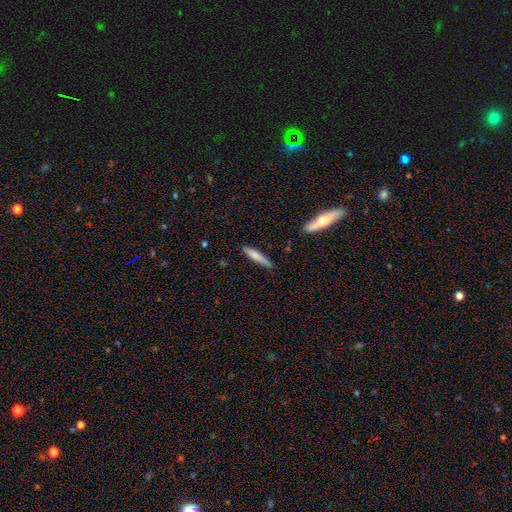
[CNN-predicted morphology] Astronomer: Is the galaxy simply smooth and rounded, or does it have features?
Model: smooth — 73%.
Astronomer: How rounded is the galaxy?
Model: cigar-shaped — 87%.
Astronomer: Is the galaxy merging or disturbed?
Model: none — 78%.